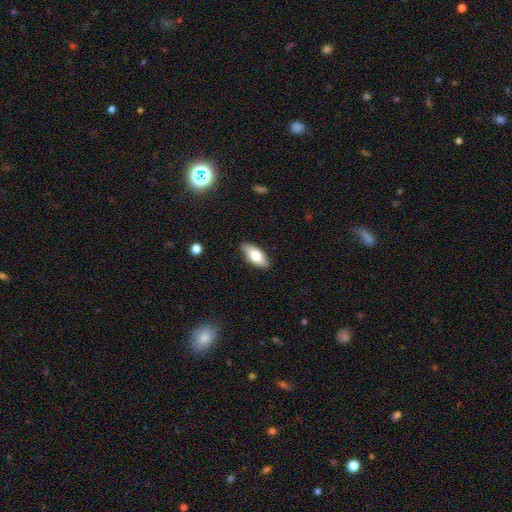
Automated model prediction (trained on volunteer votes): Q: Smooth or featured?
A: smooth (75%); runner-up: featured or disk (19%)
Q: How rounded?
A: in between (85%); runner-up: cigar-shaped (12%)
Q: Merging?
A: none (85%); runner-up: minor disturbance (11%)